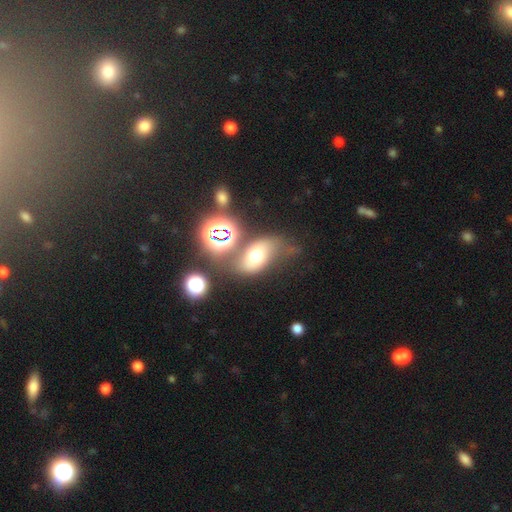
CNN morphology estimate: A smooth galaxy with no disk features (54%) that is in between round and cigar-shaped (80%).

Vote fractions:
- Smooth or featured? smooth: 54% / featured or disk: 28% / star or artifact: 18%
- How rounded? in between: 80% / round: 17% / cigar-shaped: 3%
- Merging? none: 48% / minor disturbance: 23% / major disturbance: 16% / merger: 13%